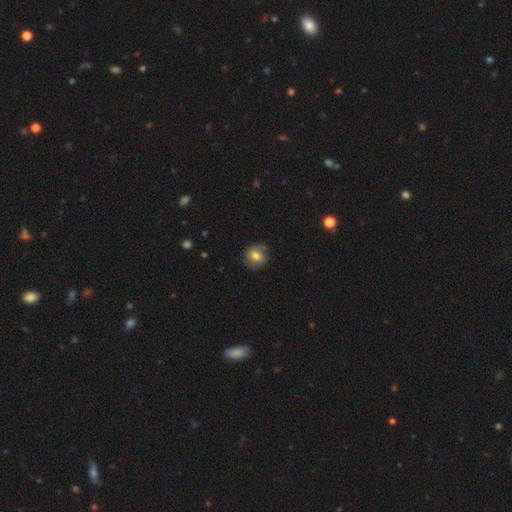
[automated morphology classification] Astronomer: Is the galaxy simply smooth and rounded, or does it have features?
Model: smooth — 69%.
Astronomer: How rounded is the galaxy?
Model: round — 79%.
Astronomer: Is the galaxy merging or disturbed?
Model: none — 80%.